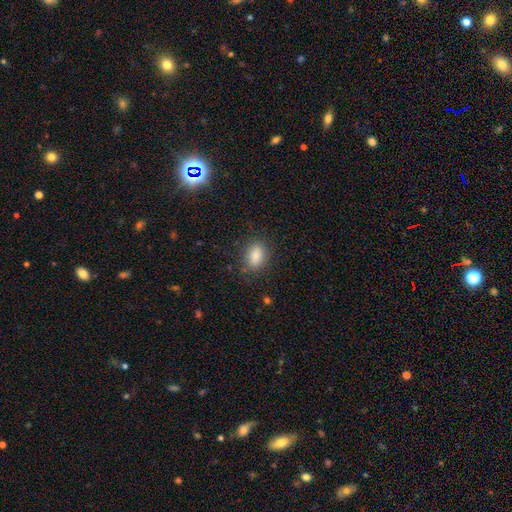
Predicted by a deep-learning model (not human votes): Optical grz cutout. It shows a smooth galaxy with no disk features (86%) that is in between round and cigar-shaped (81%). Merging: none (82%).